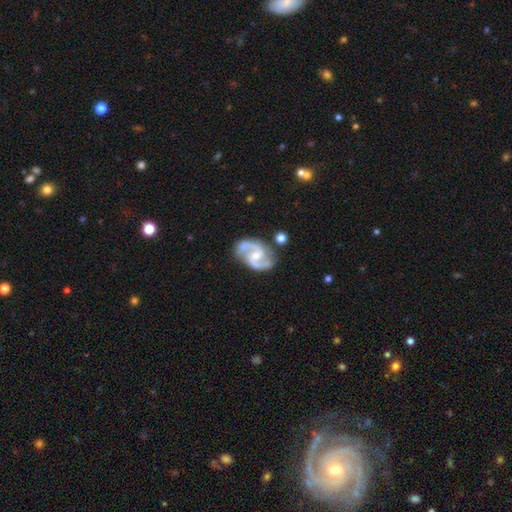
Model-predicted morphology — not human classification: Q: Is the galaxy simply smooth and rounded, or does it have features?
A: featured or disk — 92%.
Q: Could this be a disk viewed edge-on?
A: no — 98%.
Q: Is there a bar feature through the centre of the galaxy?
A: weak — 46%.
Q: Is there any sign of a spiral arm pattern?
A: yes — 98%.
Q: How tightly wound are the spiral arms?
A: medium — 63%.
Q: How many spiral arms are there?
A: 2 — 94%.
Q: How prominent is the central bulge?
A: small — 48%.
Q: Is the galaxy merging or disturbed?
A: none — 76%.